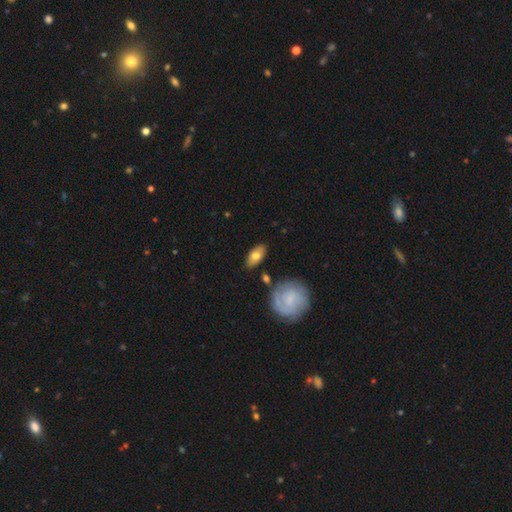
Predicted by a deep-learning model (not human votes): The model was most divided on "smooth or featured": smooth: 63%, featured or disk: 31%, star or artifact: 6%. More confident: how rounded — in between (84%); merging — none (80%).